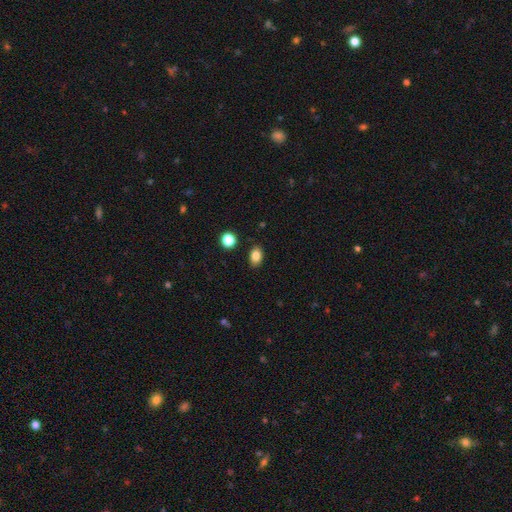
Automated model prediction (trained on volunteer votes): This appears to be a smooth galaxy with no disk features (84%) that is in between round and cigar-shaped (80%). Merging: none (86%).